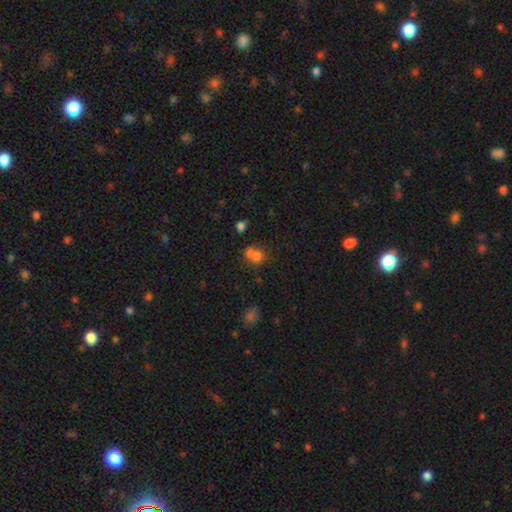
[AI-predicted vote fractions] Overall: smooth (70%). How rounded: round (75%). Merging: none (42%; merger 41%).